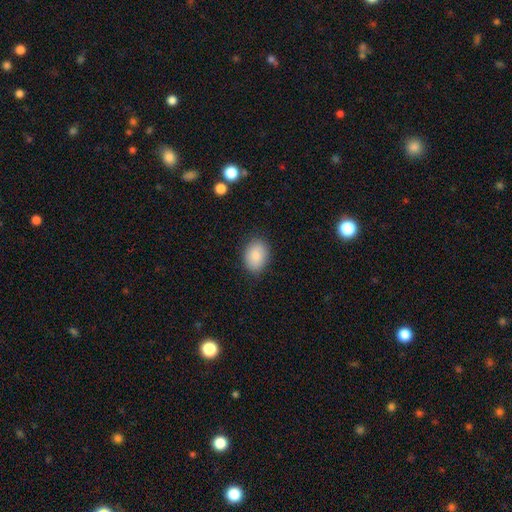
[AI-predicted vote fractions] Smooth or featured?
  - smooth: 85% *
  - star or artifact: 8%
  - featured or disk: 7%
How rounded?
  - in between: 70% *
  - round: 29%
  - cigar-shaped: 1%
Merging?
  - none: 85% *
  - minor disturbance: 12%
  - major disturbance: 3%
  - merger: 1%